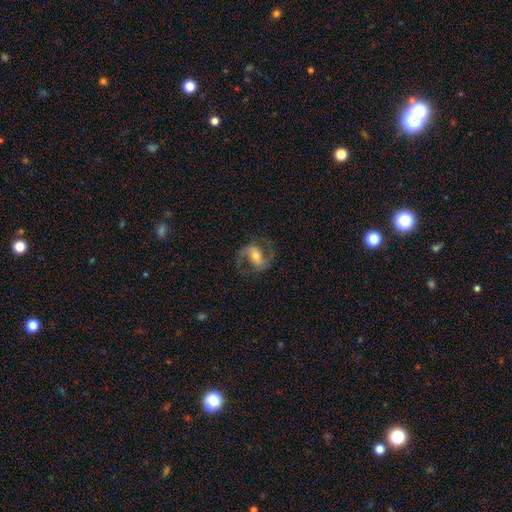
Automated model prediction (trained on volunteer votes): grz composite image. It shows a featured or disk galaxy (82%) with a weak bar (40%), 2 (92%) medium (56%) spiral arms (95%) and a moderate central bulge (57%). Merging: none (76%).